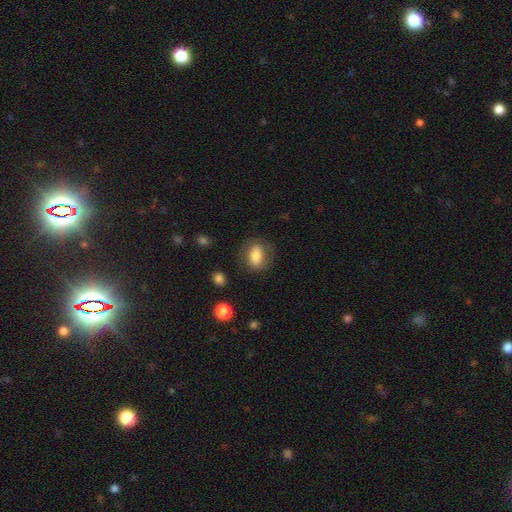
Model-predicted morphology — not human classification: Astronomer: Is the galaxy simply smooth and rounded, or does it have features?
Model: smooth — 78%.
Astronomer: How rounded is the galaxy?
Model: in between — 76%.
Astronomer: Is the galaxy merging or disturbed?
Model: none — 75%.